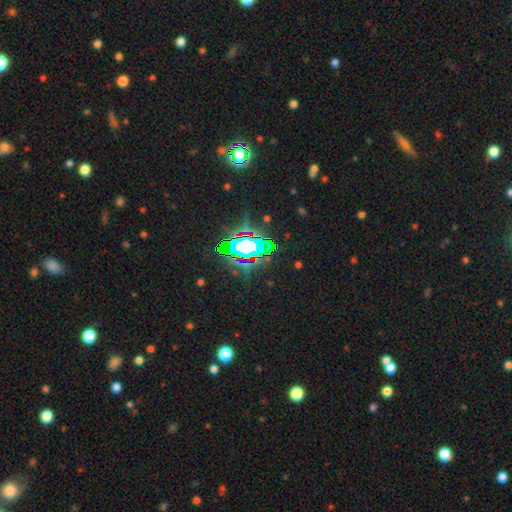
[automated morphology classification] This appears to be a star or artifact, not a galaxy (69%).